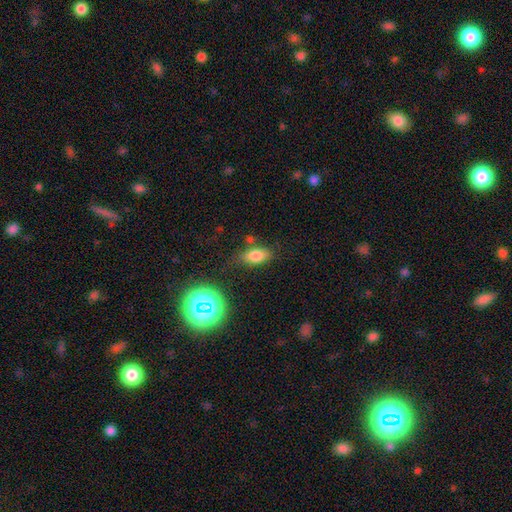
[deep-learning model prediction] A smooth galaxy with no disk features (74%) that is in between round and cigar-shaped (84%).

Vote fractions:
- Smooth or featured? smooth: 74% / star or artifact: 15% / featured or disk: 11%
- How rounded? in between: 84% / cigar-shaped: 9% / round: 8%
- Merging? none: 74% / minor disturbance: 16% / merger: 5% / major disturbance: 5%